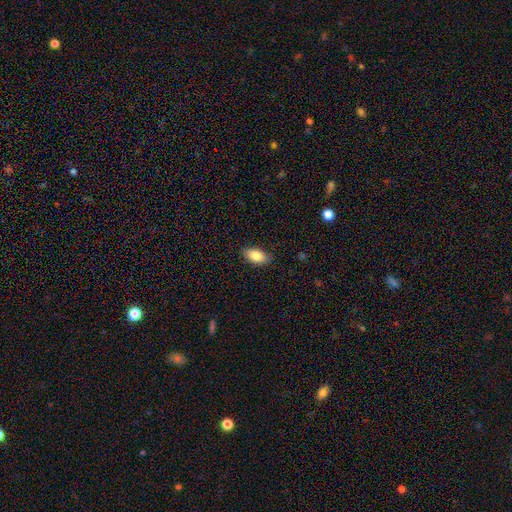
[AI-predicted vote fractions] Q: Smooth or featured?
A: smooth (83%); runner-up: featured or disk (10%)
Q: How rounded?
A: in between (91%); runner-up: round (4%)
Q: Merging?
A: none (86%); runner-up: minor disturbance (10%)